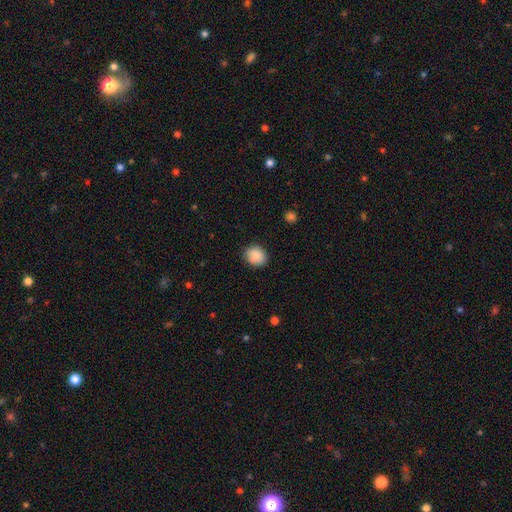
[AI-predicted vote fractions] Smooth or featured?
  - smooth: 88% *
  - star or artifact: 8%
  - featured or disk: 5%
How rounded?
  - round: 64% *
  - in between: 35%
  - cigar-shaped: 1%
Merging?
  - none: 84% *
  - minor disturbance: 12%
  - major disturbance: 3%
  - merger: 2%